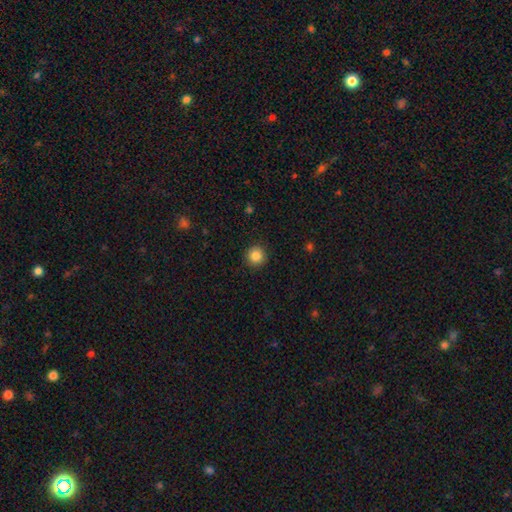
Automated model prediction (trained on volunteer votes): This is clearly a smooth galaxy (86%). How rounded: clearly round (95%). Merging: clearly none (91%).